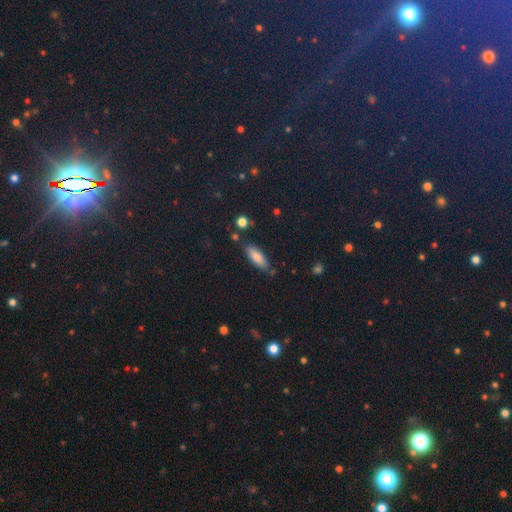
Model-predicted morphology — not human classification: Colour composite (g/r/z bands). It shows a smooth galaxy with no disk features (81%) that is in between round and cigar-shaped (58%). Merging: none (78%).